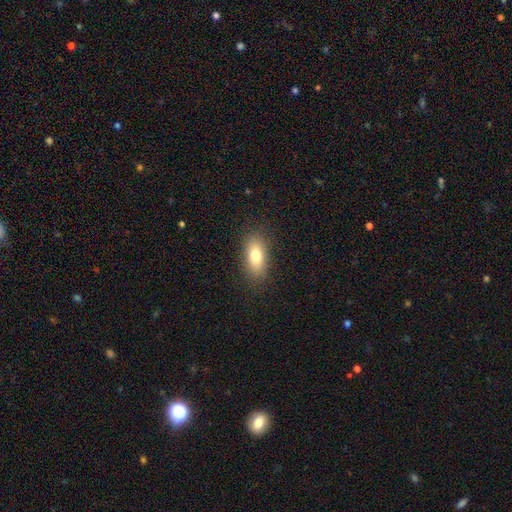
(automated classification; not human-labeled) A smooth galaxy with no disk features (78%) that is in between round and cigar-shaped (85%).

Vote fractions:
- Smooth or featured? smooth: 78% / featured or disk: 14% / star or artifact: 8%
- How rounded? in between: 85% / cigar-shaped: 10% / round: 5%
- Merging? none: 86% / minor disturbance: 10% / major disturbance: 3% / merger: 1%